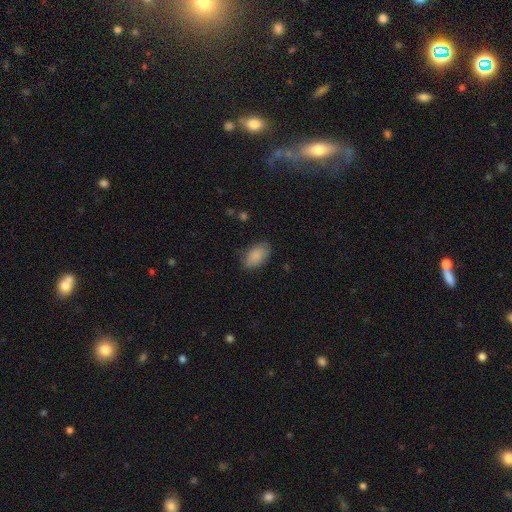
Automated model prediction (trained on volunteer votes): The model was most divided on "merging": none: 77%, minor disturbance: 17%, major disturbance: 4%, merger: 1%. More confident: how rounded — in between (91%); smooth or featured — smooth (86%).